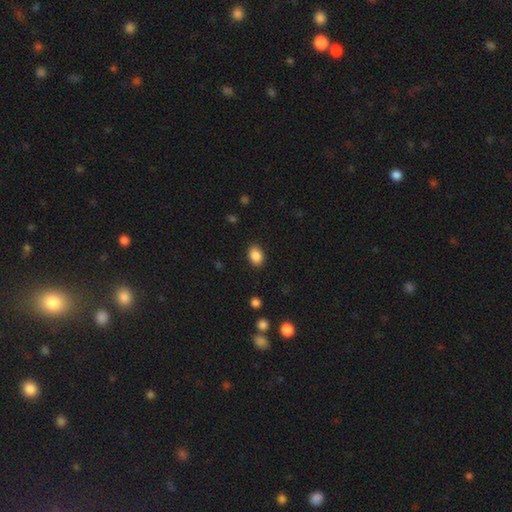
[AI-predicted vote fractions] Smooth or featured?
  - smooth: 88% *
  - star or artifact: 8%
  - featured or disk: 4%
How rounded?
  - in between: 73% *
  - round: 26%
  - cigar-shaped: 1%
Merging?
  - none: 89% *
  - minor disturbance: 8%
  - major disturbance: 2%
  - merger: 1%